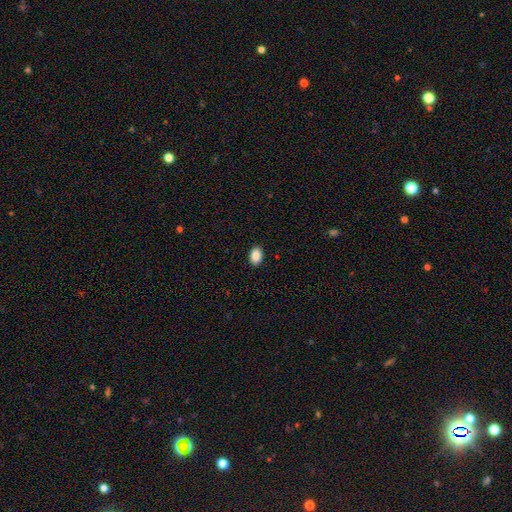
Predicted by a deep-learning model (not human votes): Smooth or featured?
  - smooth: 89% *
  - star or artifact: 8%
  - featured or disk: 4%
How rounded?
  - in between: 85% *
  - round: 14%
  - cigar-shaped: 1%
Merging?
  - none: 90% *
  - minor disturbance: 7%
  - major disturbance: 2%
  - merger: 1%